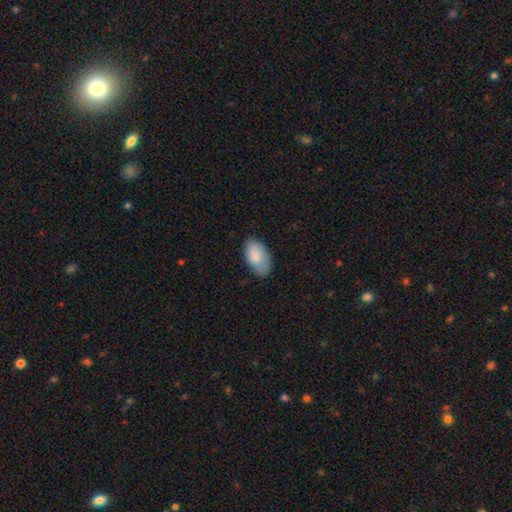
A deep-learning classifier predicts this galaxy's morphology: type=smooth (83%); roundness=in between (95%); merging=none (68%).